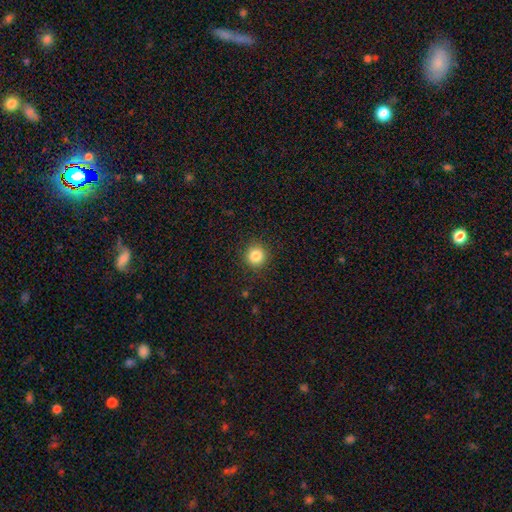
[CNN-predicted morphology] A smooth galaxy with no disk features (84%) that is round (93%).

Vote fractions:
- Smooth or featured? smooth: 84% / star or artifact: 11% / featured or disk: 5%
- How rounded? round: 93% / in between: 6% / cigar-shaped: 1%
- Merging? none: 90% / minor disturbance: 6% / major disturbance: 2% / merger: 1%